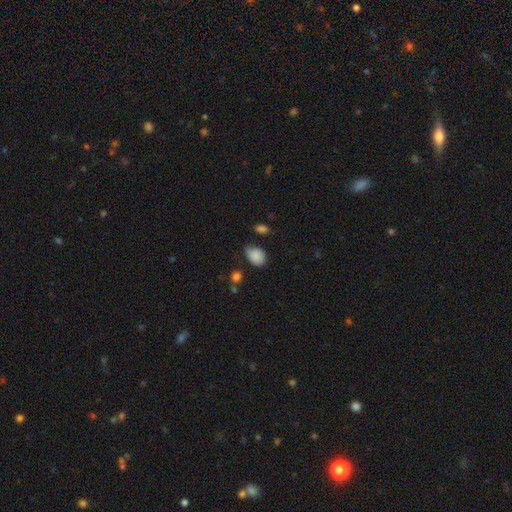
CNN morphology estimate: The model was most divided on "merging": none: 57%, minor disturbance: 32%, major disturbance: 7%, merger: 4%. More confident: smooth or featured — smooth (86%); how rounded — in between (68%).